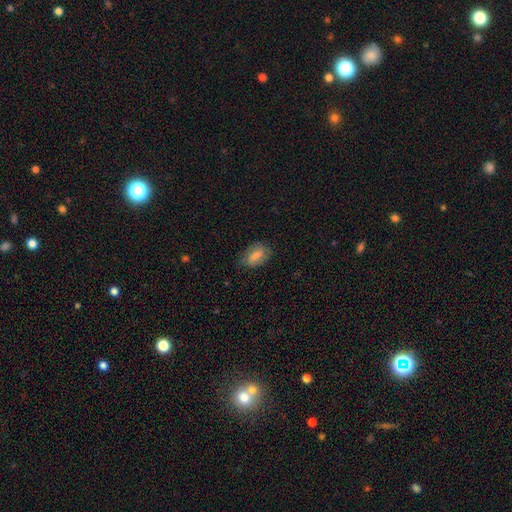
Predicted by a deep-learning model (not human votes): This appears to be a smooth galaxy with no disk features (53%) that is in between round and cigar-shaped (84%). Merging: none (74%).